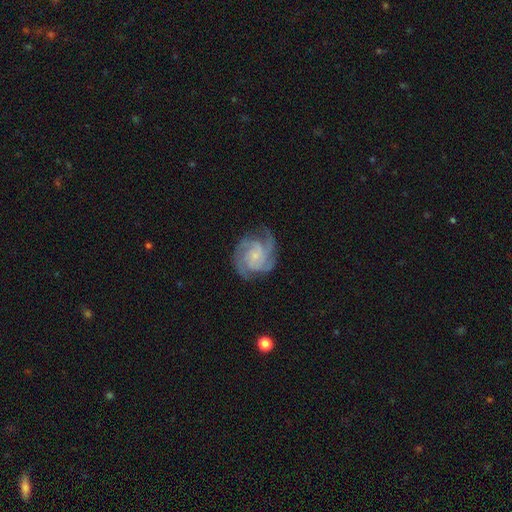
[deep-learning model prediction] Morphology: type=featured or disk (90%); edge-on=no (98%); bar=no (67%); spiral arms=yes (98%); winding=tight (58%); arm count=3 (53%); bulge=small (73%); merging=none (78%).